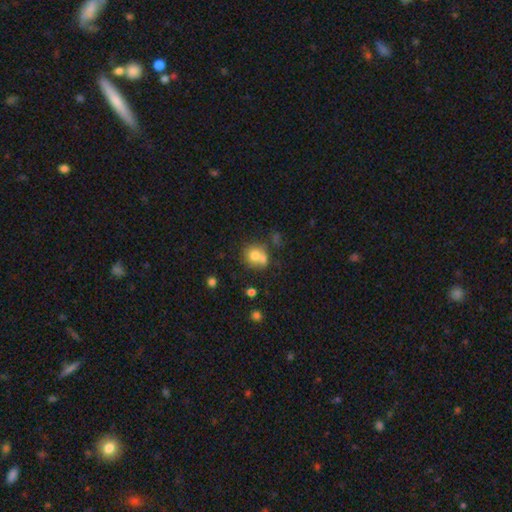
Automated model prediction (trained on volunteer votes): Smooth or featured? Predicted: smooth (p=0.72). How rounded? Predicted: round (p=0.75). Merging? Predicted: merger (p=0.44).